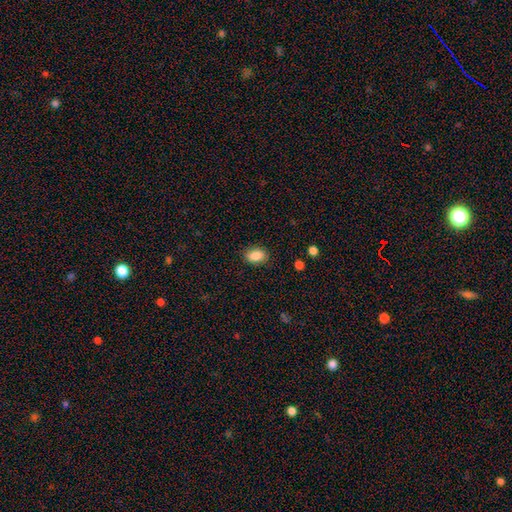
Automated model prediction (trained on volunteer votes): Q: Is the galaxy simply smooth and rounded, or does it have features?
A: smooth — 87%.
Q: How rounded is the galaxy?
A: in between — 84%.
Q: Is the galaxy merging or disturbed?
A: none — 85%.